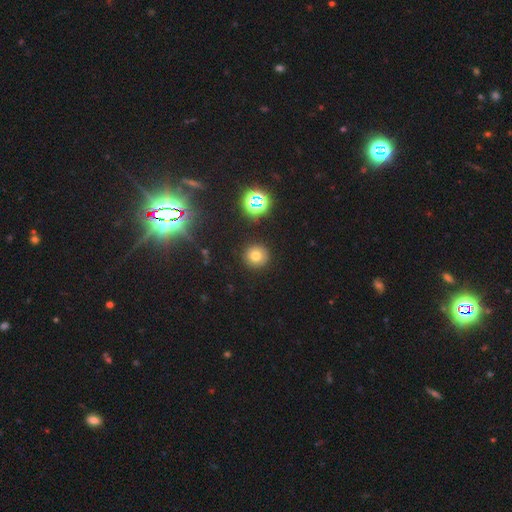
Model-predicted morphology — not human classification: type=smooth (69%); roundness=round (94%); merging=none (91%).